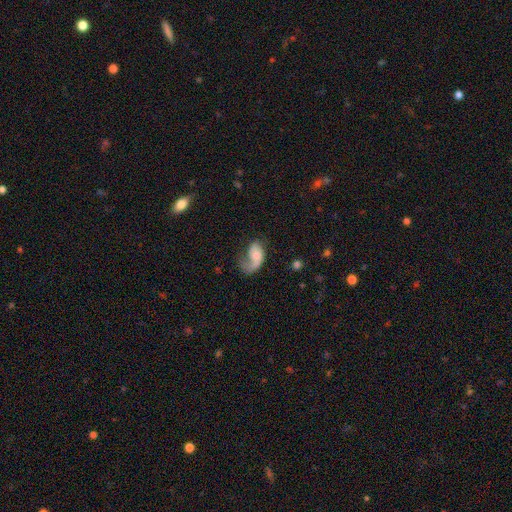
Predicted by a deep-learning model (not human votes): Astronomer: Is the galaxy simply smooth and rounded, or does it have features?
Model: featured or disk — 57% (runner-up: smooth, 35%).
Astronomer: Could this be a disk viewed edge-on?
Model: no — 97%.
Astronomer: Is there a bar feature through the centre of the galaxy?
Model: no — 72%.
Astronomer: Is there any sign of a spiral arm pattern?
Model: yes — 82%.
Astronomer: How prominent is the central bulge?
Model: small — 37% (runner-up: none, 27%).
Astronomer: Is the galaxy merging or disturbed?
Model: major disturbance — 48% (runner-up: none, 28%).